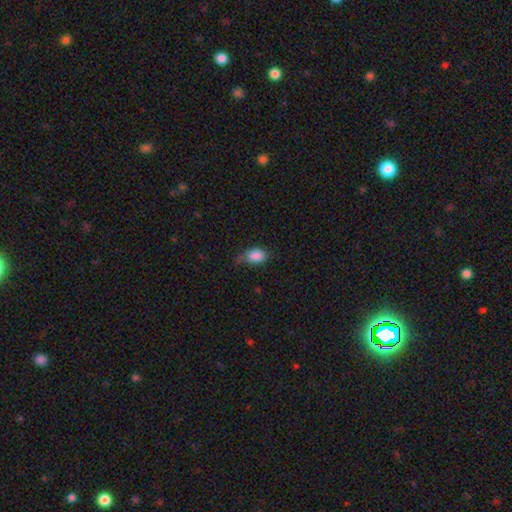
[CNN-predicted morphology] smooth-or-featured: smooth: 86% | star or artifact: 8% | featured or disk: 6%
  how-rounded: in between: 83% | round: 15% | cigar-shaped: 2%
  merging: none: 47% | minor disturbance: 38% | major disturbance: 12% | merger: 2%